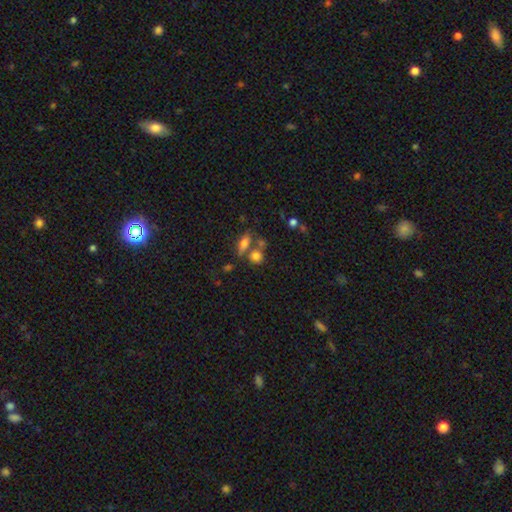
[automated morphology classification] type=smooth (76%); roundness=round (58%); merging=none (52%).